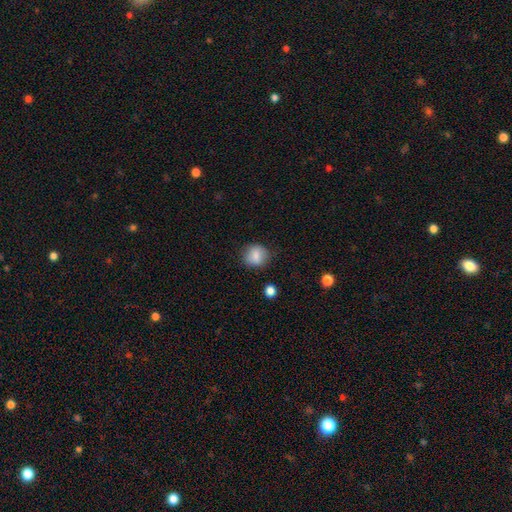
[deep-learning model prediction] Overall: smooth (81%). How rounded: round (78%). Merging: none (81%).